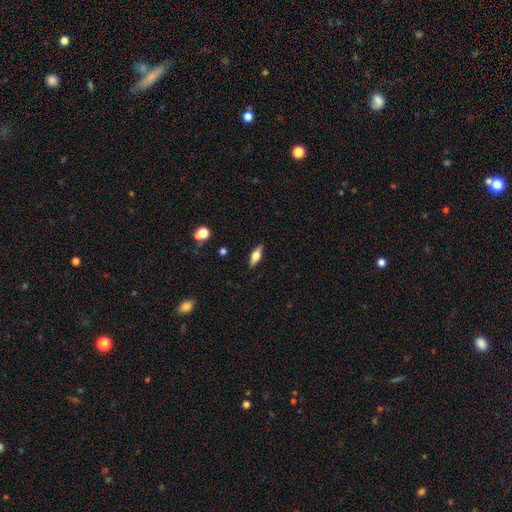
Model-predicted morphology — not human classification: A smooth galaxy with no disk features (53%) that is in between round and cigar-shaped (62%).

Vote fractions:
- Smooth or featured? smooth: 53% / featured or disk: 39% / star or artifact: 8%
- How rounded? in between: 62% / cigar-shaped: 35% / round: 4%
- Merging? none: 86% / minor disturbance: 11% / major disturbance: 2% / merger: 1%